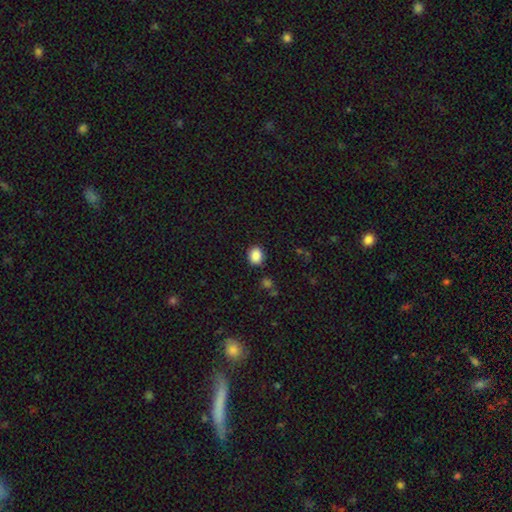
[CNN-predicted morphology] smooth-or-featured: smooth: 88% | star or artifact: 9% | featured or disk: 3%
  how-rounded: in between: 50% | round: 49% | cigar-shaped: 1%
  merging: none: 85% | minor disturbance: 10% | major disturbance: 3% | merger: 2%